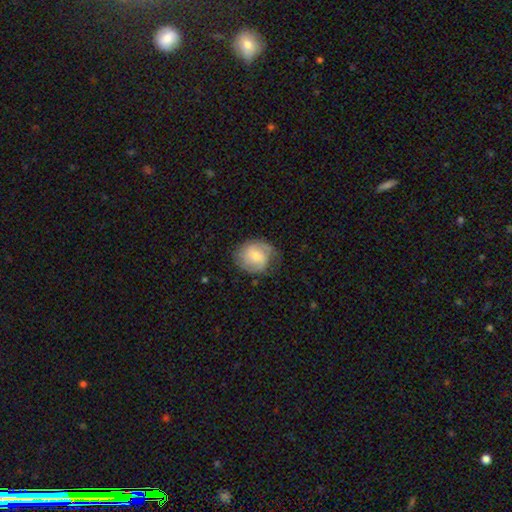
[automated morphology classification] The model was most divided on "smooth or featured": featured or disk: 52%, smooth: 42%, star or artifact: 7%. More confident: edge-on disk — no (97%); spiral arms — yes (85%); merging — none (68%); bar — no (58%); bulge size — moderate (55%).